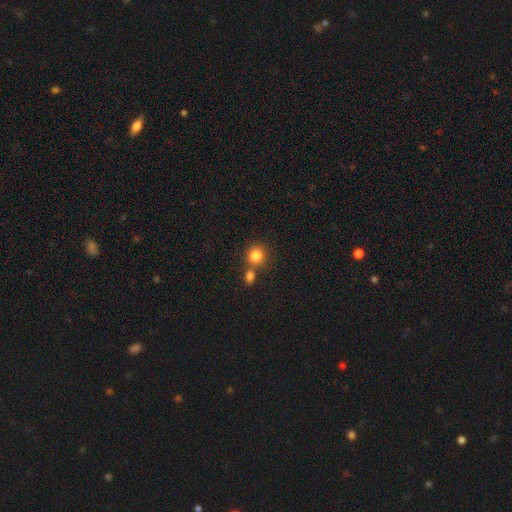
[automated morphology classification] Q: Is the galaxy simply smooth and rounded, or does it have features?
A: smooth — 83%.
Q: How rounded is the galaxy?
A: round — 86%.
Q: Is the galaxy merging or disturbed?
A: none — 62%.